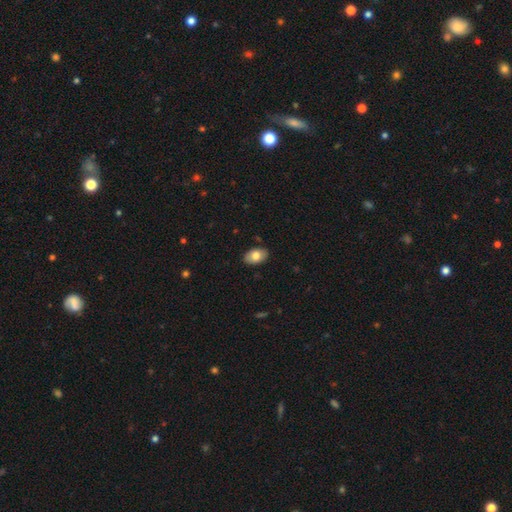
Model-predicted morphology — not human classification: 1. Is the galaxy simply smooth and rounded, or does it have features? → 77% smooth, 16% featured or disk, 7% star or artifact.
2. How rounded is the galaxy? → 91% in between, 8% round, 1% cigar-shaped.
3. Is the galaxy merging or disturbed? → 89% none, 9% minor disturbance, 2% major disturbance, 1% merger.